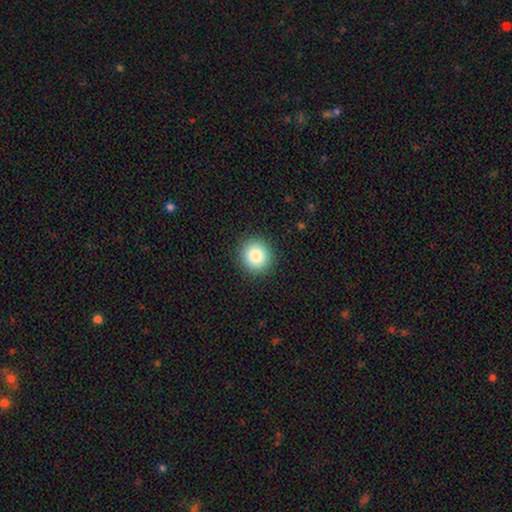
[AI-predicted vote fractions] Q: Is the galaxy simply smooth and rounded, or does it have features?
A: smooth — 82%.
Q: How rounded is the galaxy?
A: round — 90%.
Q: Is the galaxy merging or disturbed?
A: none — 91%.